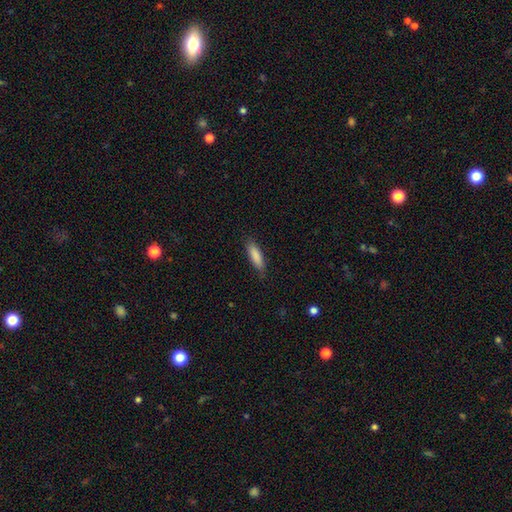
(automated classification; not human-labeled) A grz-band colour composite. It shows a smooth galaxy with no disk features (87%) that is cigar-shaped (58%). Merging: none (83%).